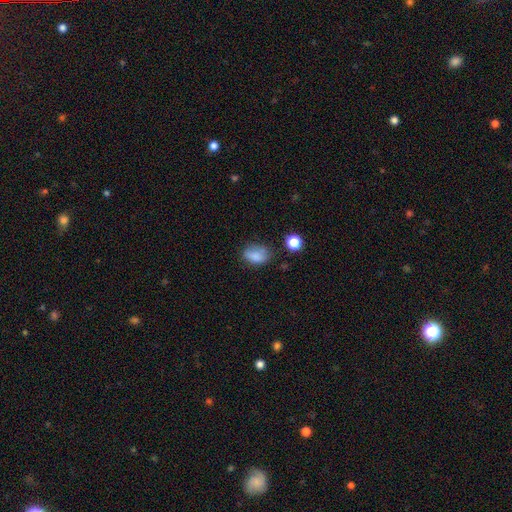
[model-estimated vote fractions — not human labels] This appears to be a smooth galaxy with no disk features (80%) that is in between round and cigar-shaped (79%). Merging: none (56%).